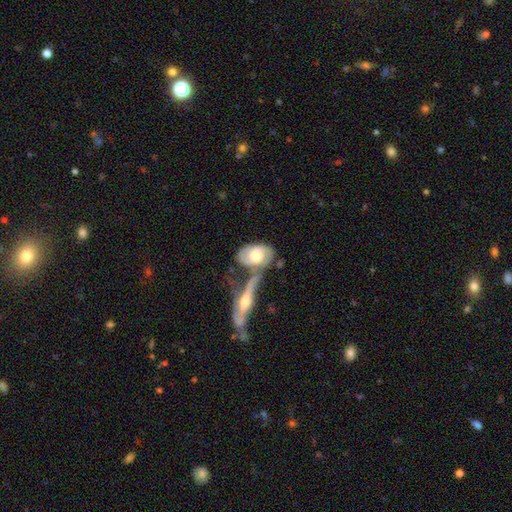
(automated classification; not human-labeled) Smooth or featured? Predicted: featured or disk (p=0.61). Edge-on disk? Predicted: no (p=0.85). Bar? Predicted: no (p=0.64). Spiral arms? Predicted: yes (p=0.77). Bulge size? Predicted: moderate (p=0.68). Merging? Predicted: merger (p=0.45).